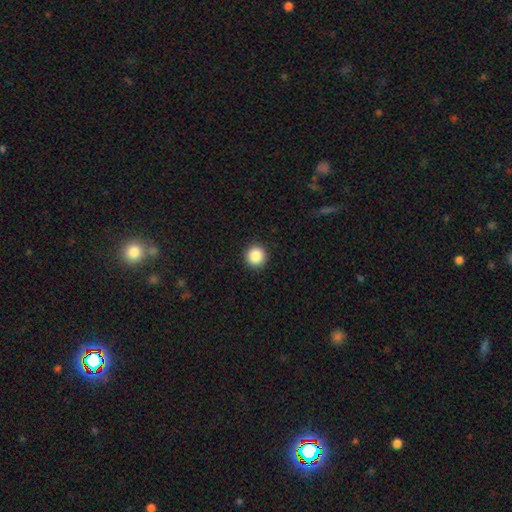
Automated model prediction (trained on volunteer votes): A smooth galaxy with no disk features (88%) that is round (95%).

Vote fractions:
- Smooth or featured? smooth: 88% / star or artifact: 9% / featured or disk: 3%
- How rounded? round: 95% / in between: 4% / cigar-shaped: 1%
- Merging? none: 93% / minor disturbance: 5% / major disturbance: 2% / merger: 1%